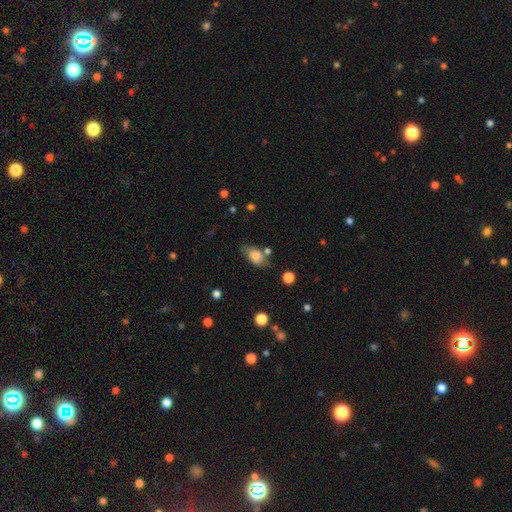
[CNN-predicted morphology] Smooth or featured: smooth — 77% (featured or disk — 14%)
How rounded: in between — 85% (round — 11%)
Merging: none — 62% (minor disturbance — 22%)